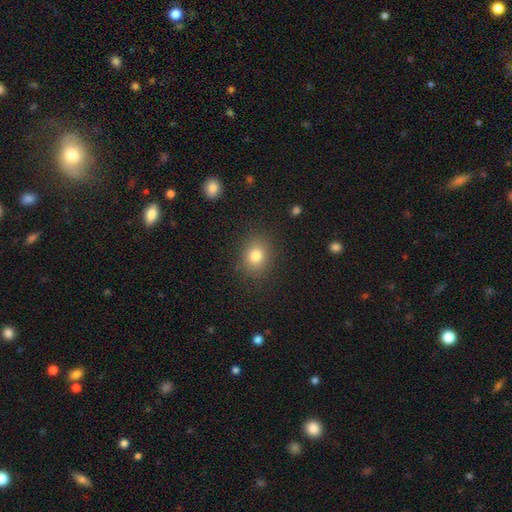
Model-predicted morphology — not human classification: smooth 79%, star or artifact 13%, featured or disk 8%. Down the decision tree: how rounded — round (63%); merging — none (86%).